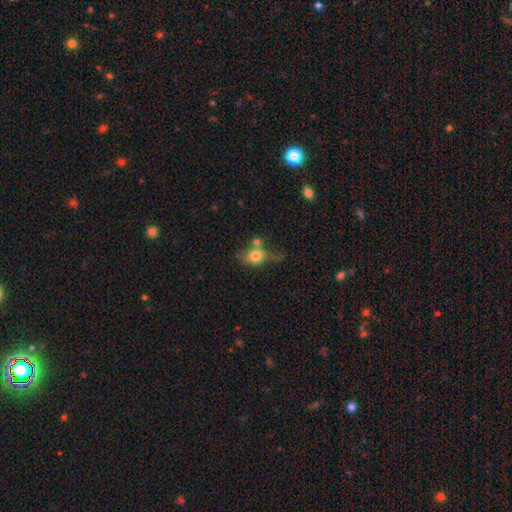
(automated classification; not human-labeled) The model was most divided on "merging": none: 34%, merger: 29%, minor disturbance: 22%, major disturbance: 16%. More confident: smooth or featured — smooth (72%); how rounded — in between (51%).